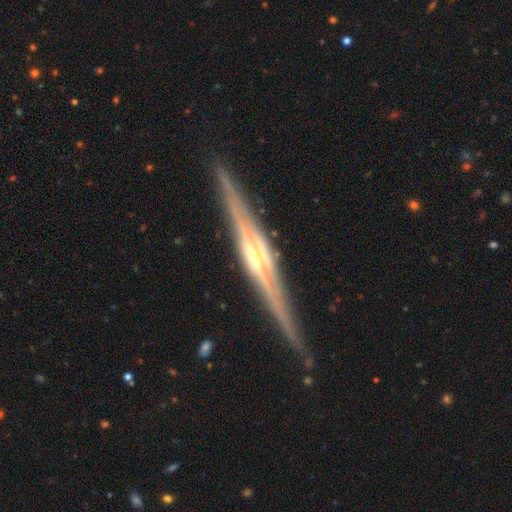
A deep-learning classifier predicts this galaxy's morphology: Smooth or featured?
  - featured or disk: 90% *
  - smooth: 6%
  - star or artifact: 5%
Edge-on disk?
  - yes: 97% *
  - no: 3%
Edge-on bulge?
  - rounded: 79% *
  - boxy: 14%
  - none: 7%
Merging?
  - none: 86% *
  - minor disturbance: 10%
  - major disturbance: 2%
  - merger: 1%